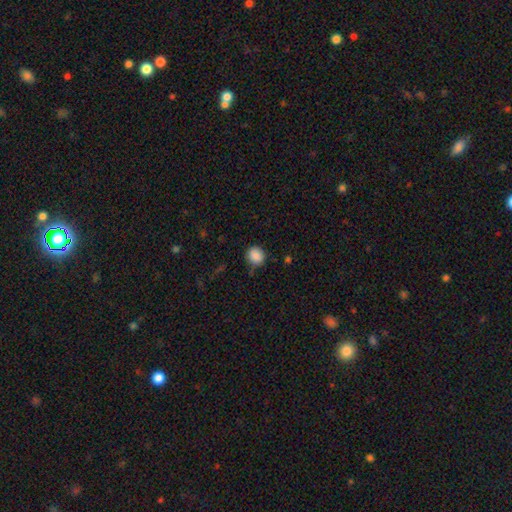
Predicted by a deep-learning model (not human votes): This is clearly a smooth galaxy (87%). How rounded: clearly round (84%). Merging: likely none (80%).